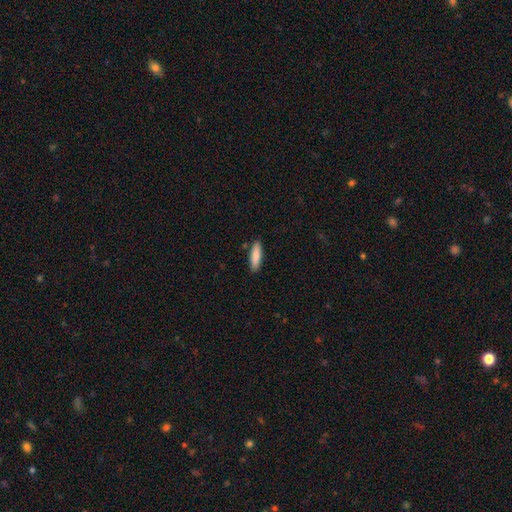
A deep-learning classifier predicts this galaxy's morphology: smooth-or-featured: smooth: 86% | featured or disk: 8% | star or artifact: 6%
  how-rounded: cigar-shaped: 64% | in between: 35% | round: 1%
  merging: none: 87% | minor disturbance: 9% | merger: 2% | major disturbance: 2%